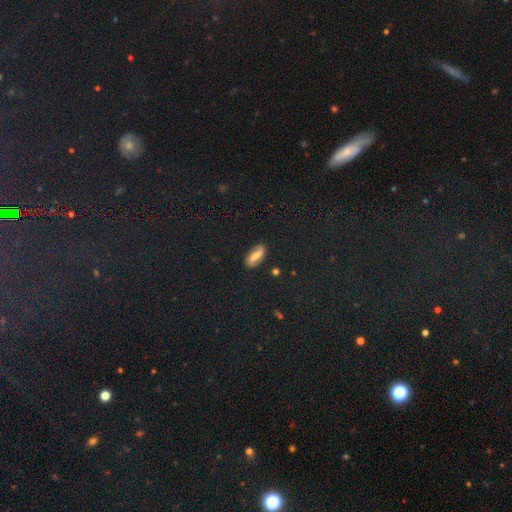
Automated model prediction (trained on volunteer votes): smooth-or-featured: smooth: 48% | featured or disk: 38% | star or artifact: 15%
  merging: none: 84% | minor disturbance: 12% | major disturbance: 3% | merger: 2%